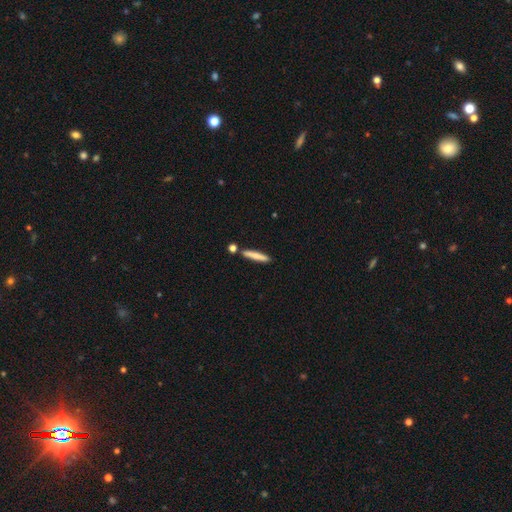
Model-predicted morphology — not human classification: Smooth or featured?
  - smooth: 74% *
  - featured or disk: 20%
  - star or artifact: 6%
How rounded?
  - cigar-shaped: 92% *
  - in between: 6%
  - round: 2%
Merging?
  - none: 81% *
  - minor disturbance: 9%
  - merger: 8%
  - major disturbance: 2%